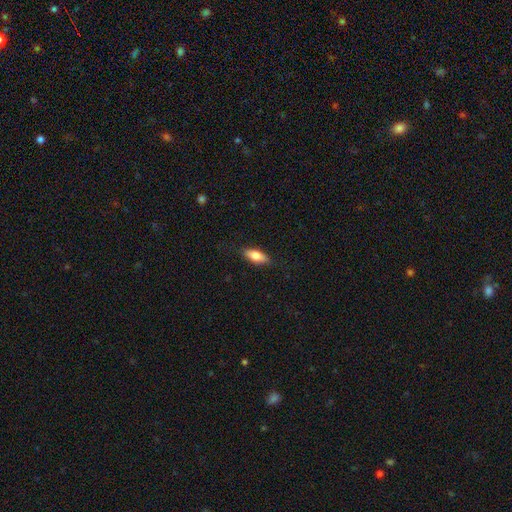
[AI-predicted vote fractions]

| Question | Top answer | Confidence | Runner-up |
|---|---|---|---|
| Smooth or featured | smooth | 73% | featured or disk (21%) |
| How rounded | in between | 71% | cigar-shaped (26%) |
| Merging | none | 85% | minor disturbance (11%) |